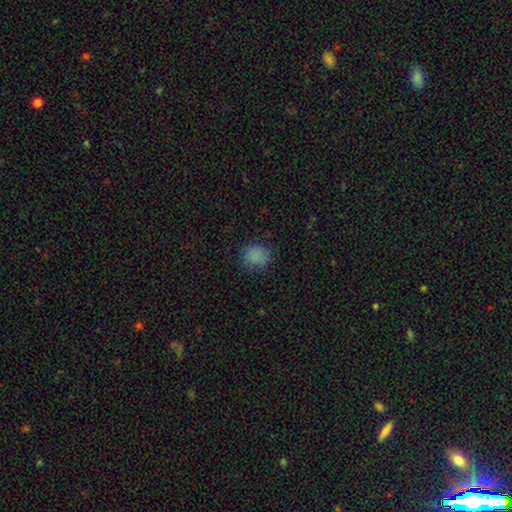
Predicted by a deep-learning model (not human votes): Smooth or featured? smooth (81%)
How rounded? round (73%)
Merging? none (82%)